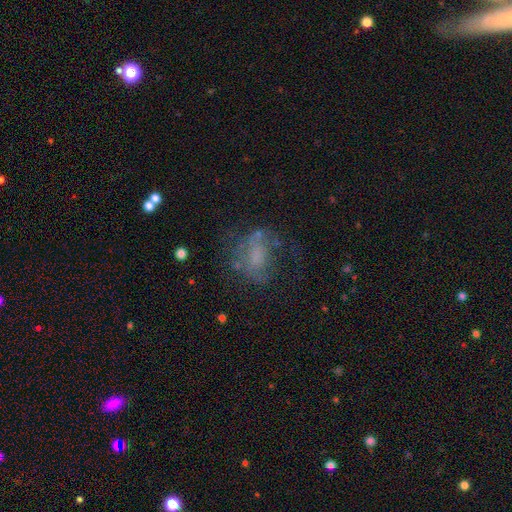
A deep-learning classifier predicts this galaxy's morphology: type=featured or disk (44%); merging=none (44%).